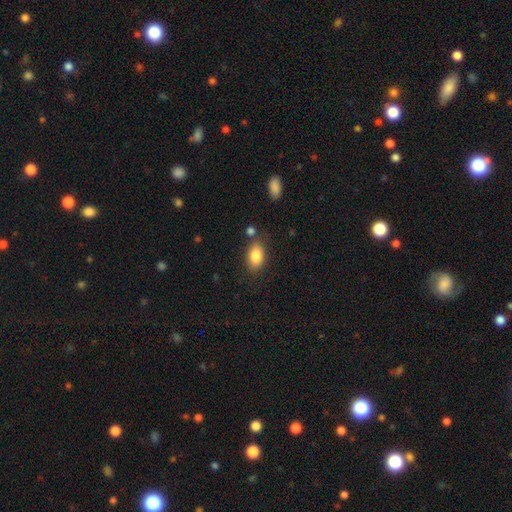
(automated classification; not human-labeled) Smooth or featured: smooth — 86% (star or artifact — 7%)
How rounded: in between — 89% (round — 9%)
Merging: none — 78% (minor disturbance — 13%)